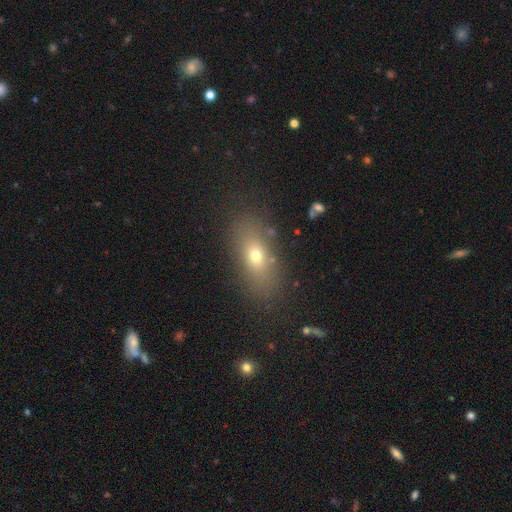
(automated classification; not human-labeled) smooth-or-featured: smooth: 66% | featured or disk: 20% | star or artifact: 14%
  how-rounded: in between: 74% | cigar-shaped: 14% | round: 11%
  merging: none: 80% | minor disturbance: 12% | major disturbance: 6% | merger: 3%